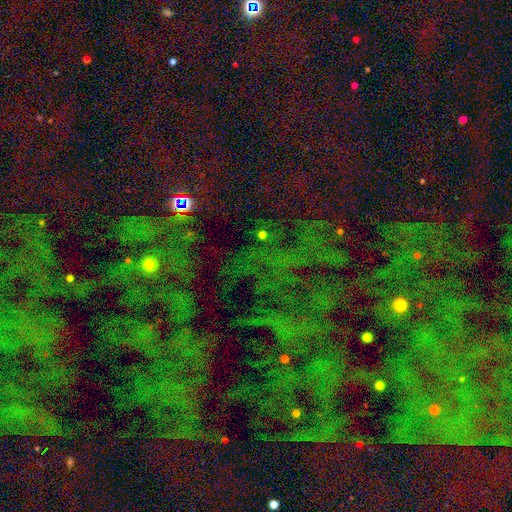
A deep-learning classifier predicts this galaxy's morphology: This is likely a star or artifact rather than a galaxy (77%).